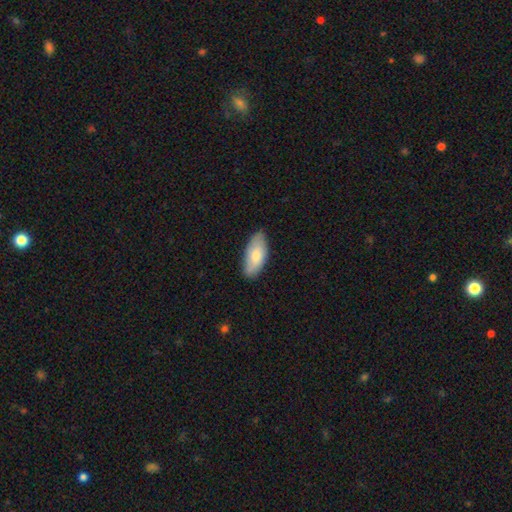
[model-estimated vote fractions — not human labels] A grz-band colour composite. It shows a smooth galaxy with no disk features (73%) that is in between round and cigar-shaped (89%). Merging: none (81%).